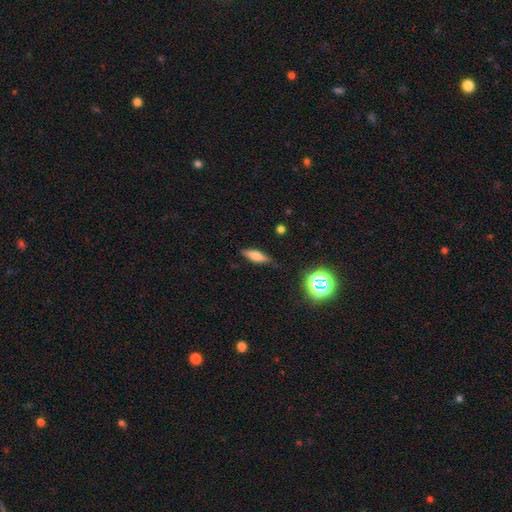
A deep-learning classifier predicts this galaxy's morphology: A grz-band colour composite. It shows a smooth galaxy with no disk features (63%) that is cigar-shaped (55%). Merging: none (82%).